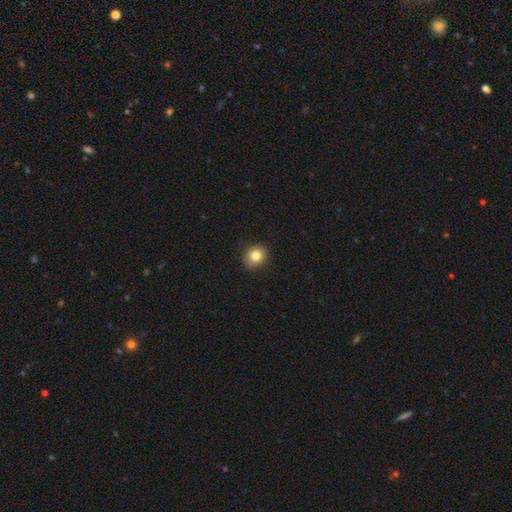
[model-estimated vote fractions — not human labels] Morphology: type=smooth (82%); roundness=round (78%); merging=none (87%).